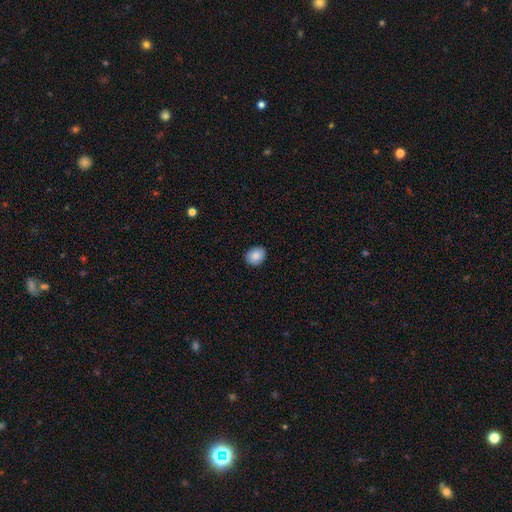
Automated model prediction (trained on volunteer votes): Morphology: type=smooth (87%); roundness=round (61%); merging=none (89%).